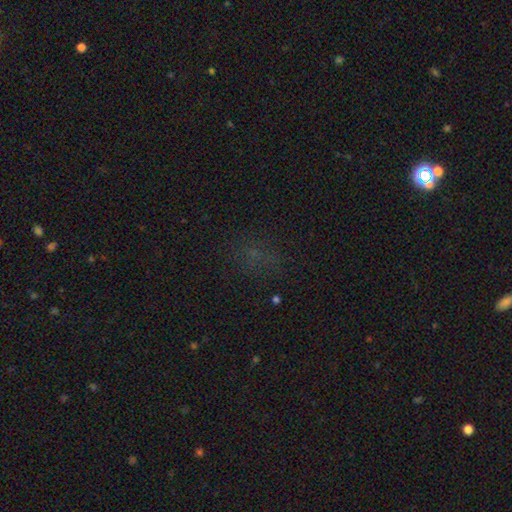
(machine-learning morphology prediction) Smooth or featured? star or artifact (46%)